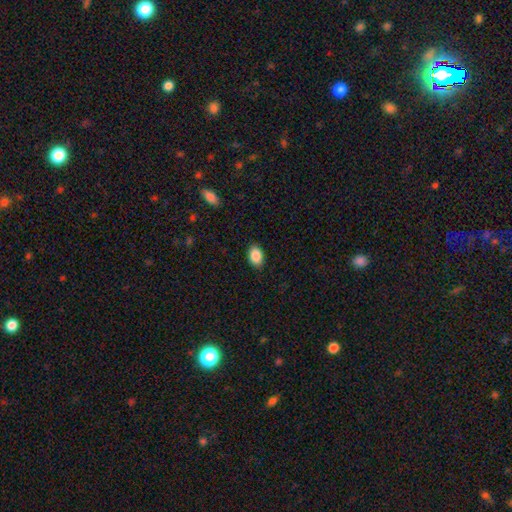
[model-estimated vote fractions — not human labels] Smooth or featured? smooth (88%)
How rounded? in between (85%)
Merging? none (87%)